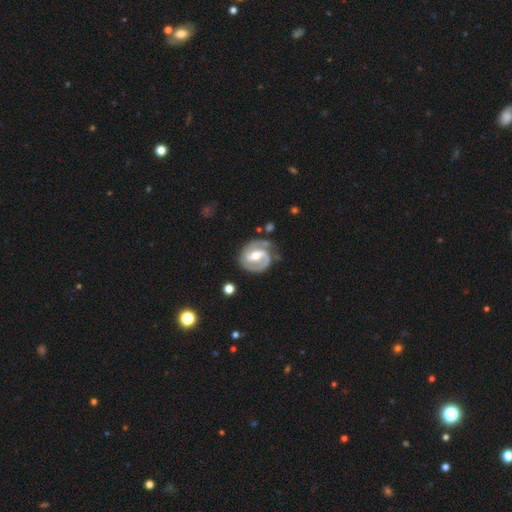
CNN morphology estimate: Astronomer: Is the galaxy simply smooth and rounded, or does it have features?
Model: featured or disk — 89%.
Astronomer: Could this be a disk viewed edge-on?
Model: no — 98%.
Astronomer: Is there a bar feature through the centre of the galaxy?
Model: weak — 44% (runner-up: strong, 37%).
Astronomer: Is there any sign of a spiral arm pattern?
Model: yes — 97%.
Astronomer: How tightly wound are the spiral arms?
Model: medium — 46% (runner-up: tight, 43%).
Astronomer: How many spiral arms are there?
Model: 2 — 86%.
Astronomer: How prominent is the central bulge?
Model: moderate — 68%.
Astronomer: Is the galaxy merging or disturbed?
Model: none — 73%.